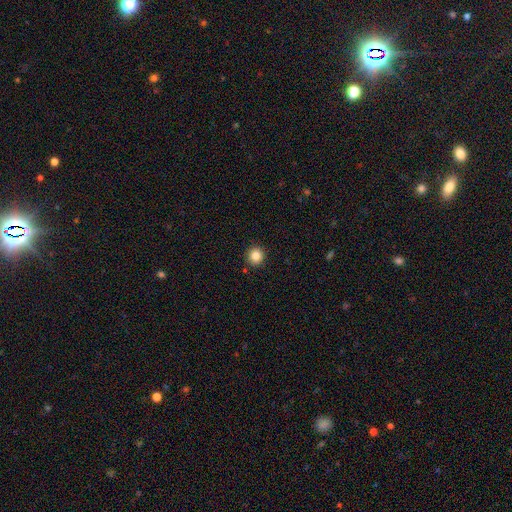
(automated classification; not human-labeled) A smooth galaxy with no disk features (84%) that is round (93%). Merging: none (91%).